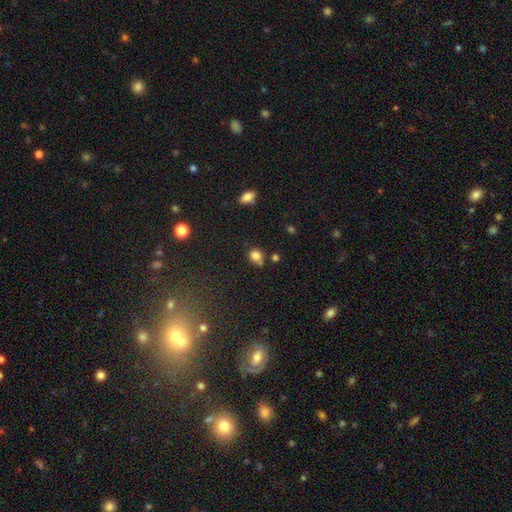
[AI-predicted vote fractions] smooth_or_featured: smooth (p=0.80) [alt: star or artifact p=0.13]
how_rounded: round (p=0.73) [alt: in between p=0.26]
merging: none (p=0.58) [alt: minor disturbance p=0.20]